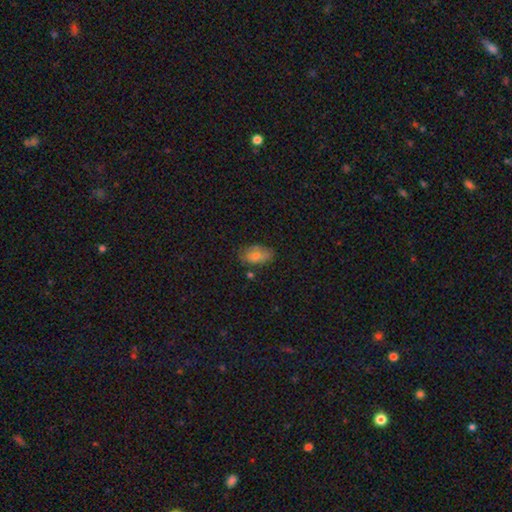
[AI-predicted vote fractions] smooth-or-featured: smooth: 72% | featured or disk: 17% | star or artifact: 11%
  how-rounded: in between: 90% | round: 7% | cigar-shaped: 3%
  merging: none: 72% | minor disturbance: 21% | major disturbance: 4% | merger: 3%